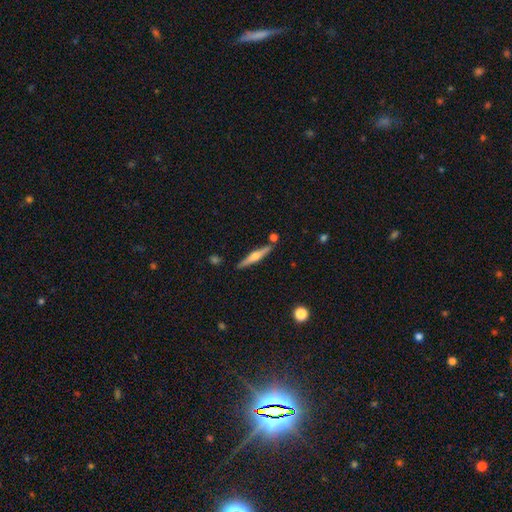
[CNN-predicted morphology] type=featured or disk (62%); edge-on=yes (97%); edge-on bulge=rounded (91%); merging=none (84%).